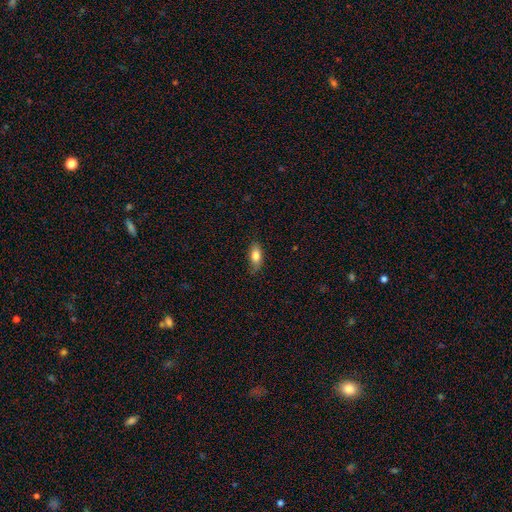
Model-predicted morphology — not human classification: This appears to be a smooth galaxy with no disk features (79%) that is in between round and cigar-shaped (83%). Merging: none (77%).